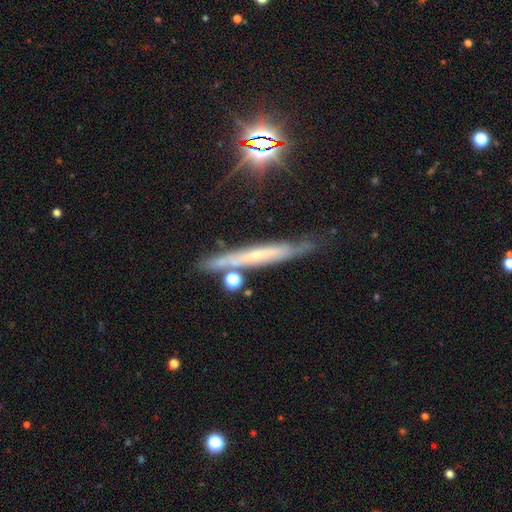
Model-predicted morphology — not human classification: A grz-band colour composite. It shows a featured or disk galaxy (57%) viewed edge-on (83%). Merging: none (70%).